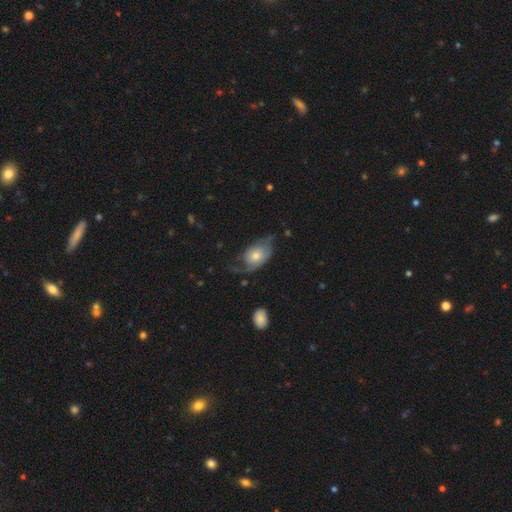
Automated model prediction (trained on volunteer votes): Q: Smooth or featured?
A: featured or disk (57%); runner-up: smooth (36%)
Q: Edge-on disk?
A: no (93%); runner-up: yes (7%)
Q: Bar?
A: no (80%); runner-up: weak (17%)
Q: Spiral arms?
A: yes (76%); runner-up: no (24%)
Q: Bulge size?
A: moderate (55%); runner-up: small (30%)
Q: Merging?
A: none (39%); runner-up: major disturbance (32%)